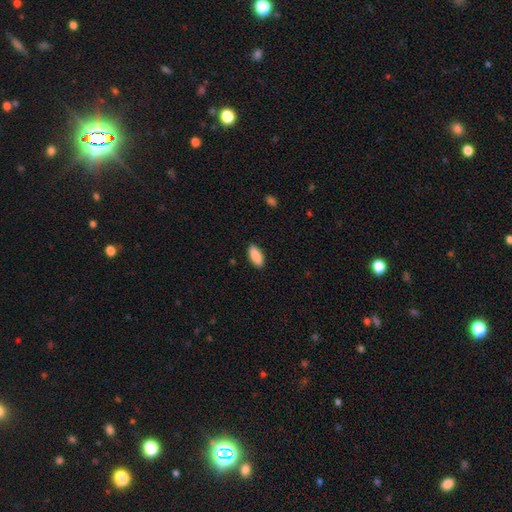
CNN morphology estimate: smooth 90%, star or artifact 6%, featured or disk 4%. Down the decision tree: how rounded — in between (87%); merging — none (89%).